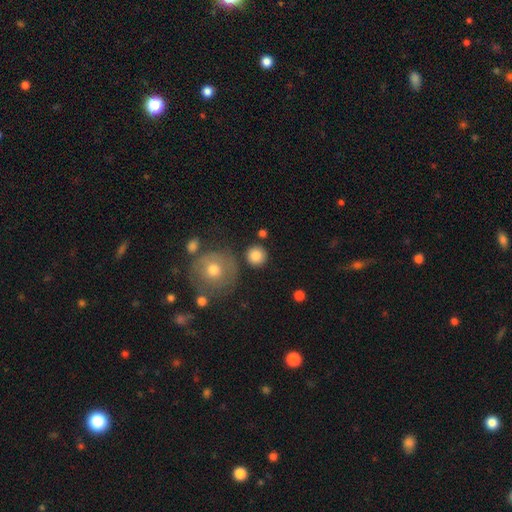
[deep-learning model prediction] Smooth or featured?
  - smooth: 84% *
  - star or artifact: 9%
  - featured or disk: 7%
How rounded?
  - round: 93% *
  - in between: 6%
  - cigar-shaped: 1%
Merging?
  - none: 83% *
  - minor disturbance: 8%
  - merger: 5%
  - major disturbance: 3%